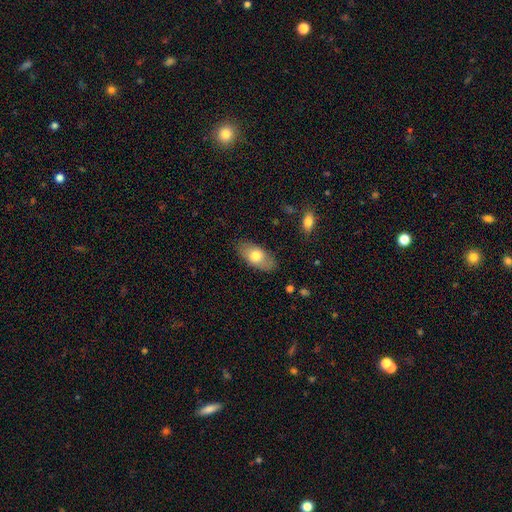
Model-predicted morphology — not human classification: type=smooth (71%); roundness=in between (91%); merging=none (82%).